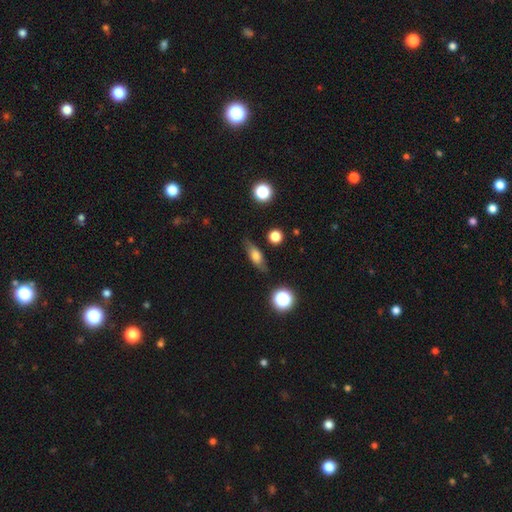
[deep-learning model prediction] smooth-or-featured: smooth: 63% | featured or disk: 27% | star or artifact: 10%
  how-rounded: in between: 58% | cigar-shaped: 32% | round: 10%
  merging: none: 78% | minor disturbance: 16% | major disturbance: 4% | merger: 2%